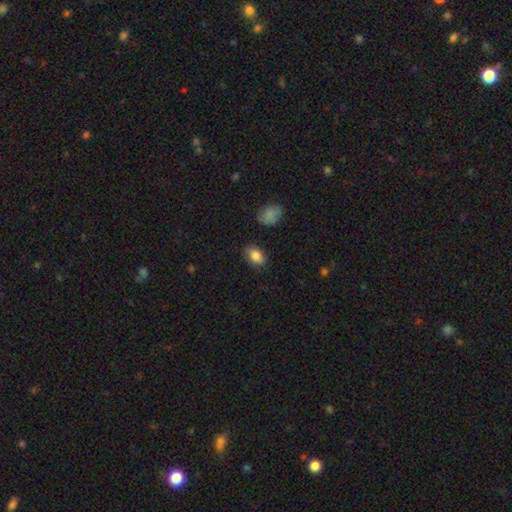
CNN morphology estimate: Smooth or featured?
  - smooth: 86% *
  - star or artifact: 8%
  - featured or disk: 7%
How rounded?
  - in between: 86% *
  - round: 12%
  - cigar-shaped: 1%
Merging?
  - none: 81% *
  - minor disturbance: 14%
  - major disturbance: 3%
  - merger: 2%